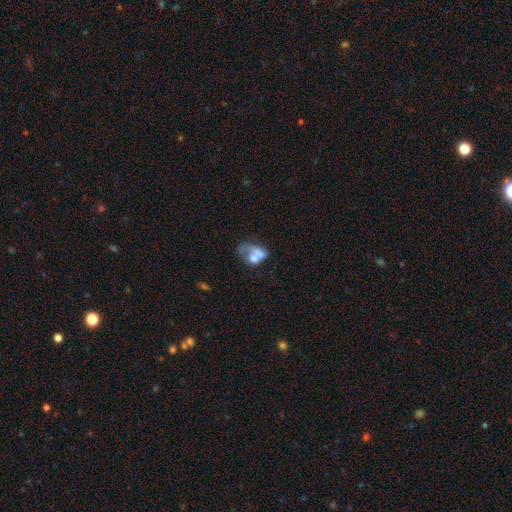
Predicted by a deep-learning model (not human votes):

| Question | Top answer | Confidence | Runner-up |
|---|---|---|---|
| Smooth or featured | smooth | 50% | featured or disk (39%) |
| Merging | merger | 36% | major disturbance (32%) |